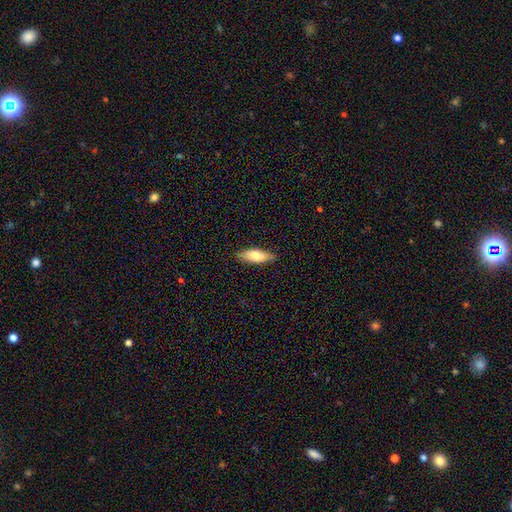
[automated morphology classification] smooth-or-featured: smooth: 76% | featured or disk: 18% | star or artifact: 6%
  how-rounded: in between: 66% | cigar-shaped: 32% | round: 2%
  merging: none: 86% | minor disturbance: 11% | major disturbance: 2% | merger: 1%